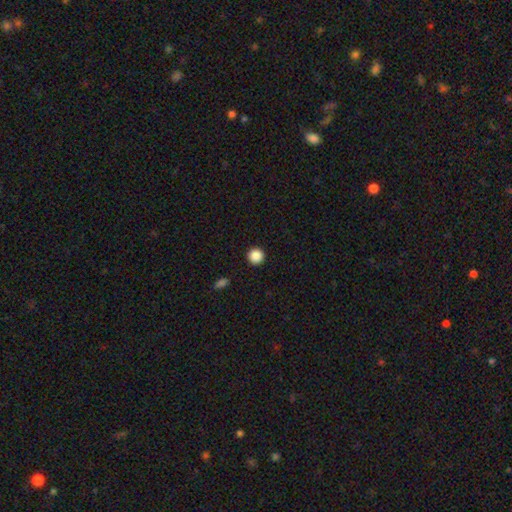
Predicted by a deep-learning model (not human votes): Smooth or featured? smooth (88%)
How rounded? round (96%)
Merging? none (93%)